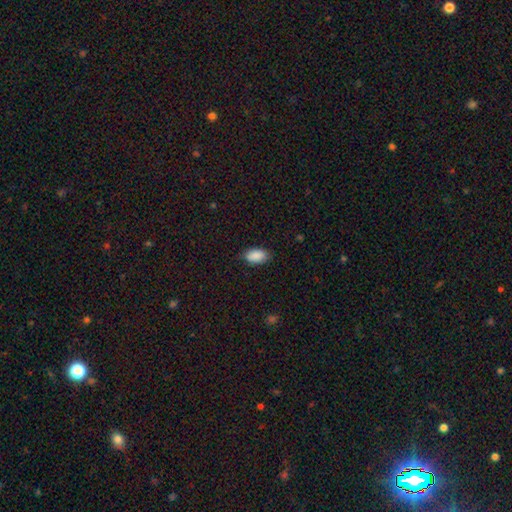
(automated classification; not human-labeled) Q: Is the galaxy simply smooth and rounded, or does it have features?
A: smooth — 90%.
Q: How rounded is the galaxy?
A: in between — 94%.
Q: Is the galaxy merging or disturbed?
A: none — 84%.